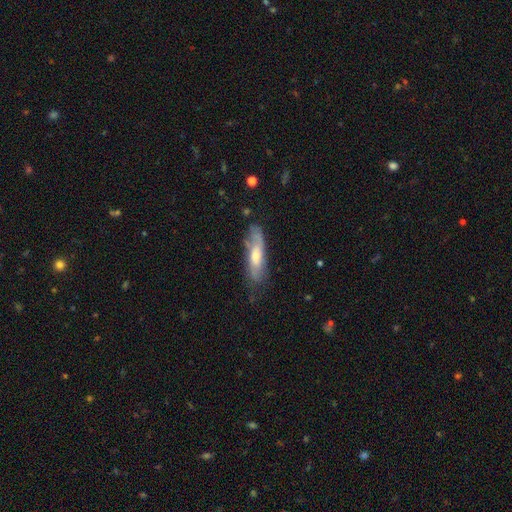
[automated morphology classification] This is possibly a featured or disk galaxy (48%). Merging: likely none (62%).